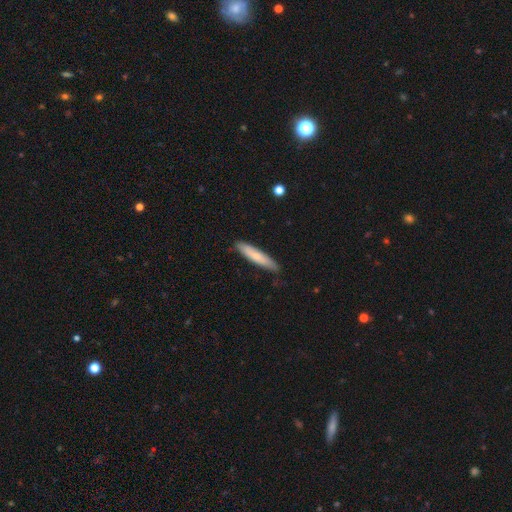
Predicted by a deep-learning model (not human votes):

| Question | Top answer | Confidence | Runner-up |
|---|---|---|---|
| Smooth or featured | smooth | 70% | featured or disk (25%) |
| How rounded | cigar-shaped | 87% | in between (12%) |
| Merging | none | 83% | minor disturbance (14%) |